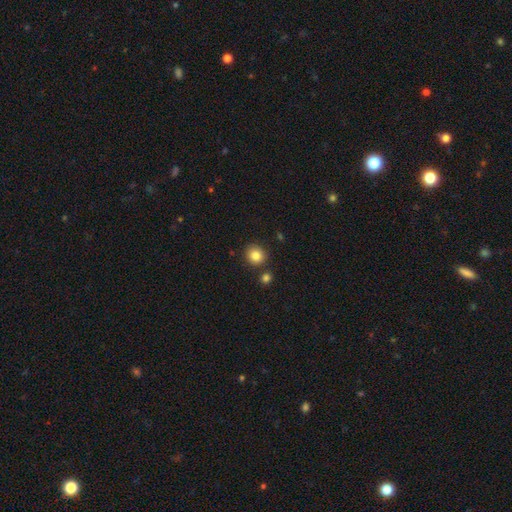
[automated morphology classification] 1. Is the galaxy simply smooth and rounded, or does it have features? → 84% smooth, 10% star or artifact, 6% featured or disk.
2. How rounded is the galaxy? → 87% round, 12% in between, 1% cigar-shaped.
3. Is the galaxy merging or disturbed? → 83% none, 8% minor disturbance, 7% merger, 2% major disturbance.